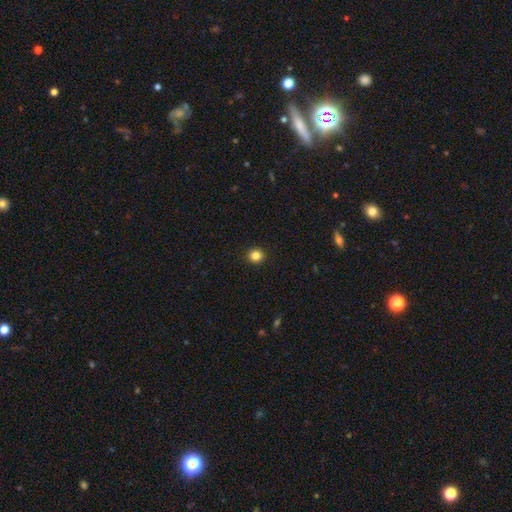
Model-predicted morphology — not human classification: A smooth galaxy with no disk features (84%) that is round (89%).

Vote fractions:
- Smooth or featured? smooth: 84% / star or artifact: 12% / featured or disk: 4%
- How rounded? round: 89% / in between: 10% / cigar-shaped: 1%
- Merging? none: 93% / minor disturbance: 4% / major disturbance: 1% / merger: 1%